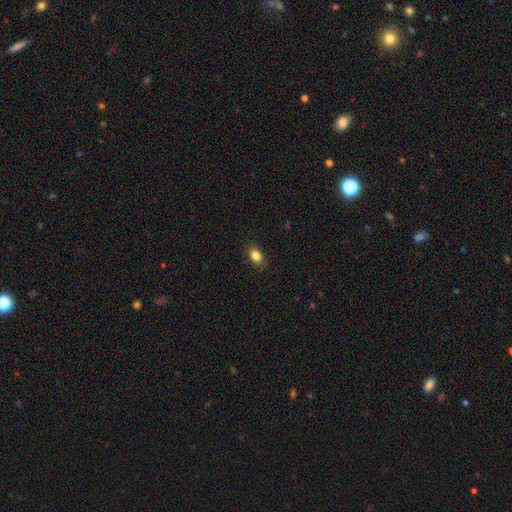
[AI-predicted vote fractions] Overall: smooth (85%). How rounded: in between (75%). Merging: none (88%).